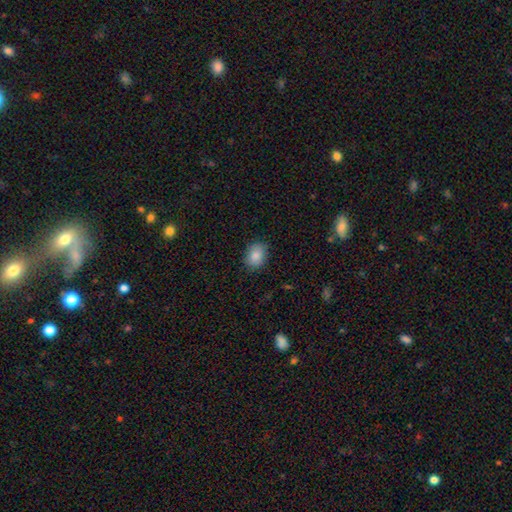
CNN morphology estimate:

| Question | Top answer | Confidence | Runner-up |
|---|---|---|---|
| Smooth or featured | smooth | 86% | star or artifact (8%) |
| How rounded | in between | 60% | round (39%) |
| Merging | none | 84% | minor disturbance (12%) |